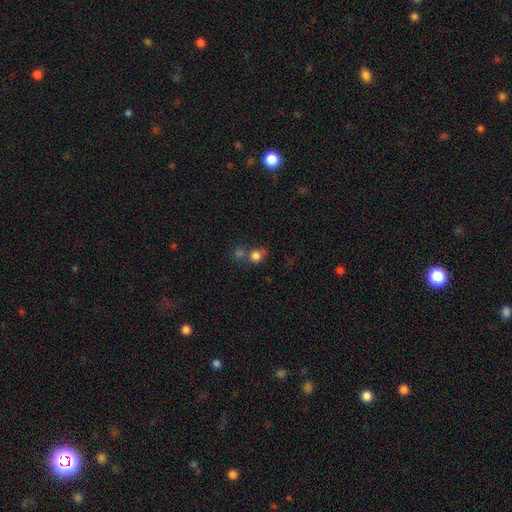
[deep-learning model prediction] Overall: smooth (79%). How rounded: round (80%). Merging: none (51%; merger 32%).